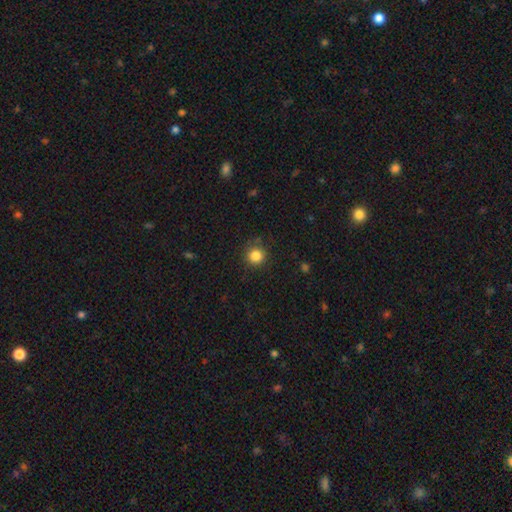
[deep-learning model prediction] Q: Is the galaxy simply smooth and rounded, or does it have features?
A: smooth — 84%.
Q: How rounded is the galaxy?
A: round — 92%.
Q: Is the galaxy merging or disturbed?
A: none — 84%.